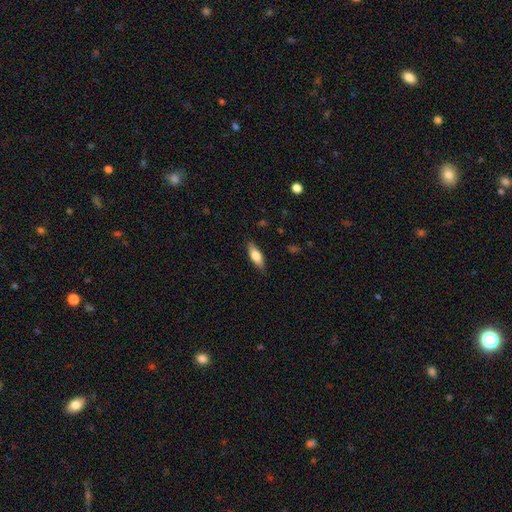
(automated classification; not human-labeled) smooth_or_featured: smooth (p=0.70) [alt: featured or disk p=0.24]
how_rounded: in between (p=0.61) [alt: cigar-shaped p=0.37]
merging: none (p=0.86) [alt: minor disturbance p=0.11]